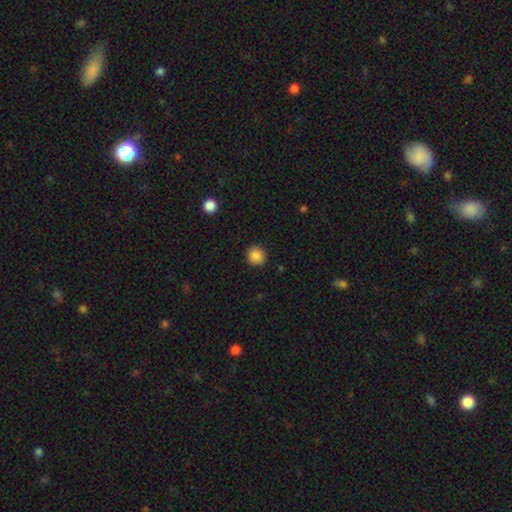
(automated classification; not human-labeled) The model was most divided on "smooth or featured": smooth: 87%, star or artifact: 10%, featured or disk: 3%. More confident: how rounded — round (91%); merging — none (91%).